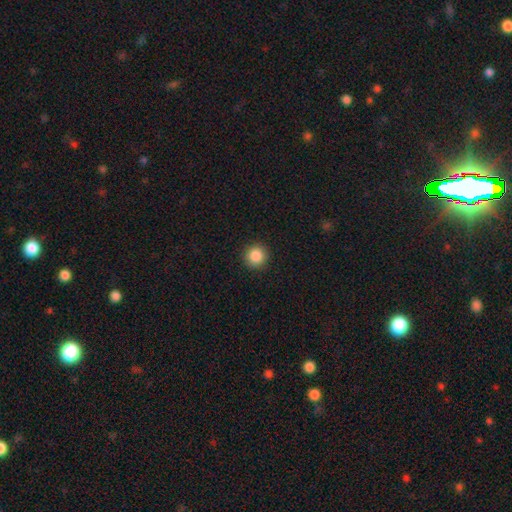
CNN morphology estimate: Smooth or featured? Predicted: smooth (p=0.87). How rounded? Predicted: round (p=0.95). Merging? Predicted: none (p=0.92).